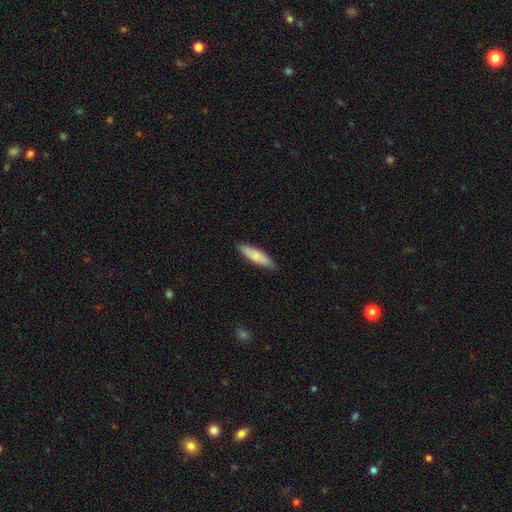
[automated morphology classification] Overall: smooth (80%). How rounded: cigar-shaped (68%; in between 30%). Merging: none (87%).